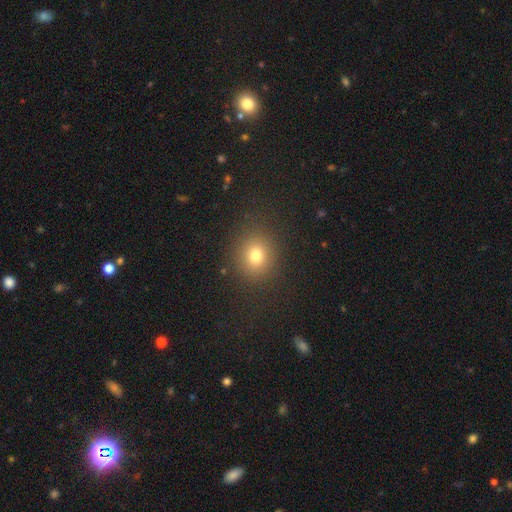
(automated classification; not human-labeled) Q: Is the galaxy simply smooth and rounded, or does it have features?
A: smooth — 75%.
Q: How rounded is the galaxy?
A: round — 76%.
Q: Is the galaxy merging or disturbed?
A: none — 86%.